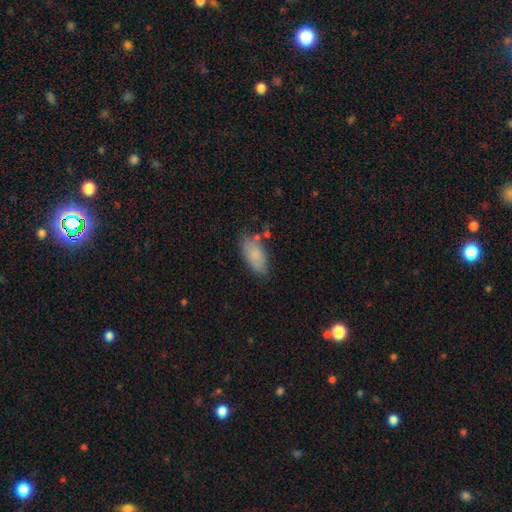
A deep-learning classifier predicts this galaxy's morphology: Smooth or featured?
  - smooth: 83% *
  - featured or disk: 11%
  - star or artifact: 7%
How rounded?
  - in between: 89% *
  - cigar-shaped: 9%
  - round: 3%
Merging?
  - none: 67% *
  - minor disturbance: 22%
  - merger: 6%
  - major disturbance: 5%